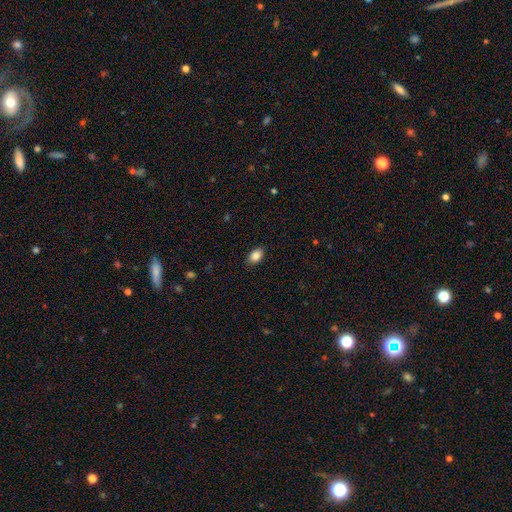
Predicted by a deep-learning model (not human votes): Morphology: type=smooth (87%); roundness=in between (87%); merging=none (89%).